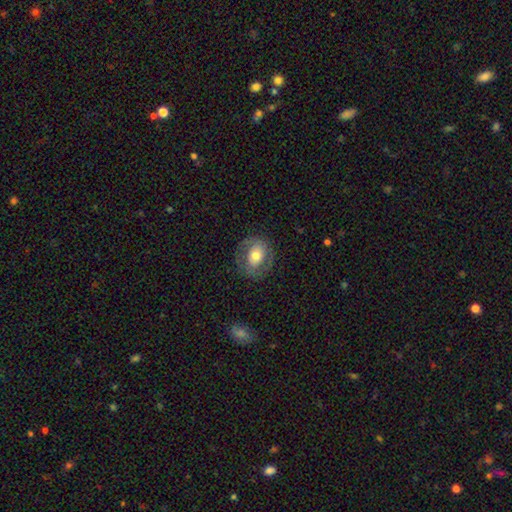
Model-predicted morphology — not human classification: type=smooth (48%); merging=none (76%).